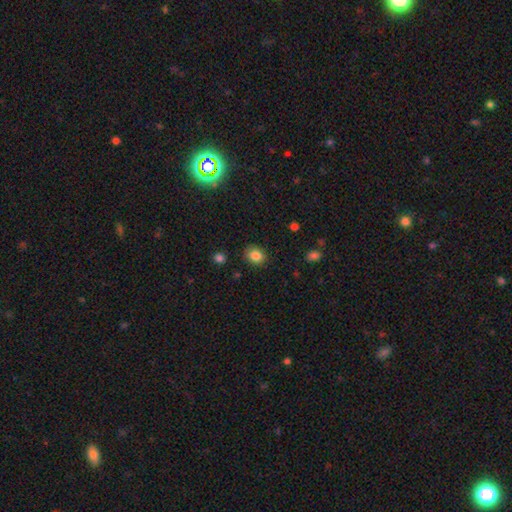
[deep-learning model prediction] A smooth galaxy with no disk features (85%) that is round (50%). Merging: none (84%).